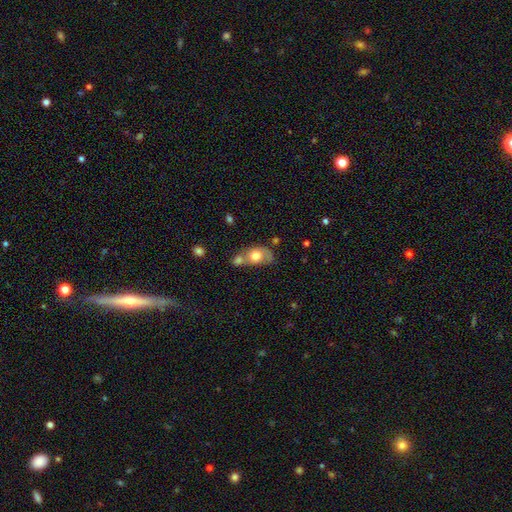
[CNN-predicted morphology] Overall: smooth (68%). How rounded: in between (59%; round 39%). Merging: merger (52%; none 25%).